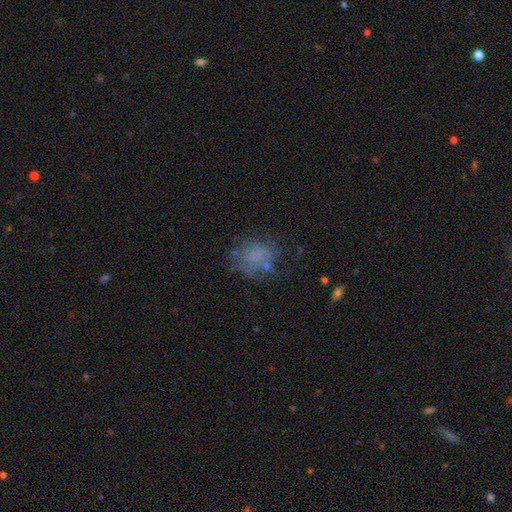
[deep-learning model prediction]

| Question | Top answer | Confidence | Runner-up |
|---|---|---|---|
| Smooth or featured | smooth | 48% | featured or disk (35%) |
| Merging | none | 53% | minor disturbance (21%) |